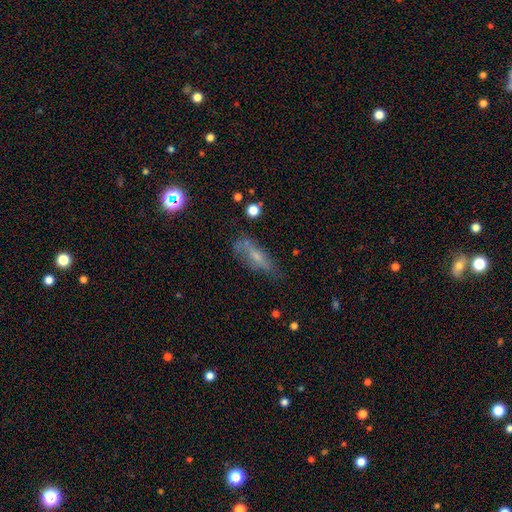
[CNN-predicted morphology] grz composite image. It shows a smooth galaxy with no disk features (44%). Merging: none (56%).